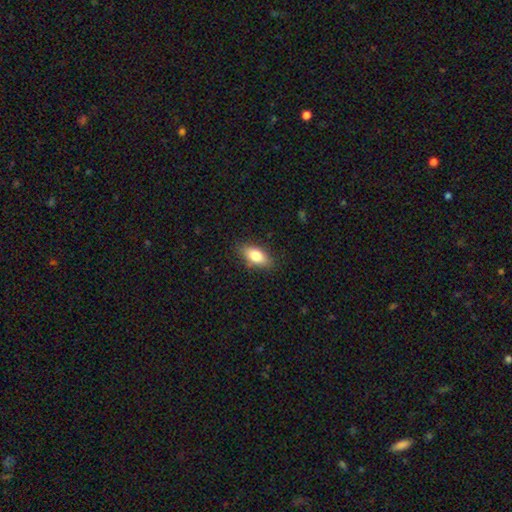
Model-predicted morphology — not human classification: Smooth or featured: smooth — 79% (featured or disk — 13%)
How rounded: in between — 86% (cigar-shaped — 9%)
Merging: none — 85% (minor disturbance — 12%)